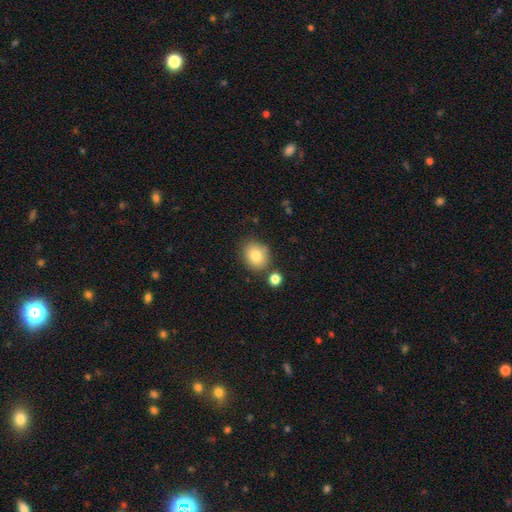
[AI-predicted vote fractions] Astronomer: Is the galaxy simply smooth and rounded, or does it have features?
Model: smooth — 80%.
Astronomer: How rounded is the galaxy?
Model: round — 63%.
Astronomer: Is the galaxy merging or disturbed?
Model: none — 75%.